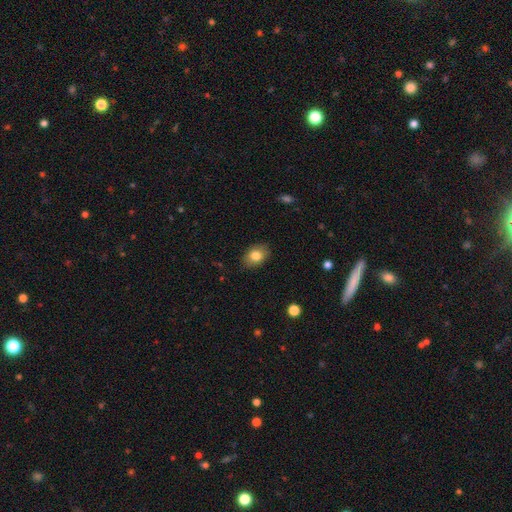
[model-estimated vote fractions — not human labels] Morphology: type=smooth (82%); roundness=in between (76%); merging=none (85%).